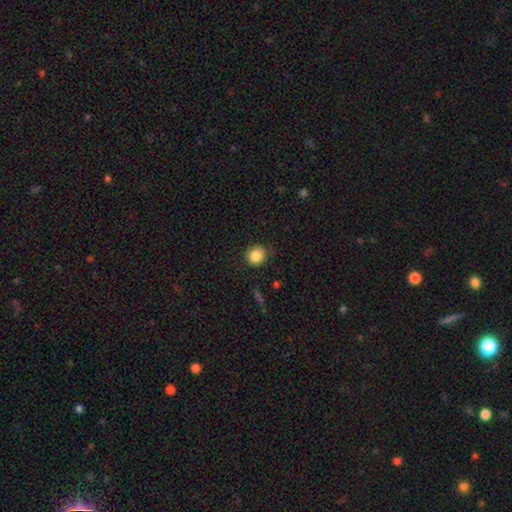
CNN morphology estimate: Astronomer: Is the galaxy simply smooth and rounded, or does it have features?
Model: smooth — 86%.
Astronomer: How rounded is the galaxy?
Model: round — 85%.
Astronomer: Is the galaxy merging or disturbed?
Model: none — 80%.